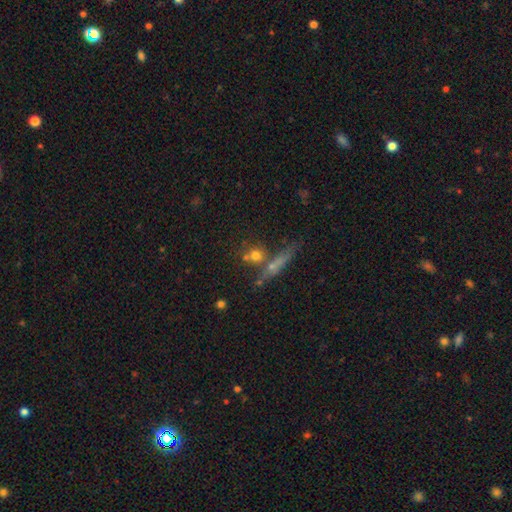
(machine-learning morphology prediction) This appears to be a smooth galaxy with no disk features (62%) that is round (71%). Merging: none (58%).